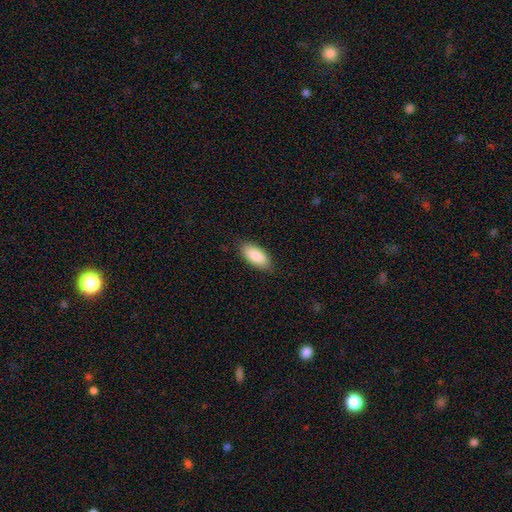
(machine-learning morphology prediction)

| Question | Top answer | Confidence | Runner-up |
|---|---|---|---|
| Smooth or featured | smooth | 87% | featured or disk (7%) |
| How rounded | in between | 89% | cigar-shaped (9%) |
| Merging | none | 86% | minor disturbance (11%) |